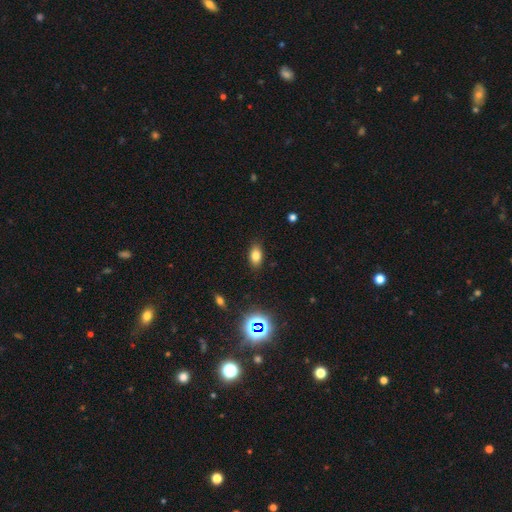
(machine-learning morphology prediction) smooth_or_featured: smooth (p=0.78) [alt: star or artifact p=0.14]
how_rounded: in between (p=0.87) [alt: round p=0.09]
merging: none (p=0.87) [alt: minor disturbance p=0.09]